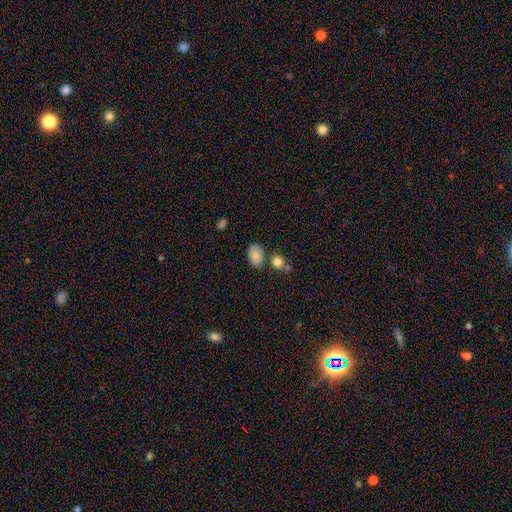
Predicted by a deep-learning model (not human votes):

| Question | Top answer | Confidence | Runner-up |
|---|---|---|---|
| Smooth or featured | smooth | 81% | featured or disk (10%) |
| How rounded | in between | 84% | round (14%) |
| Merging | none | 66% | minor disturbance (19%) |